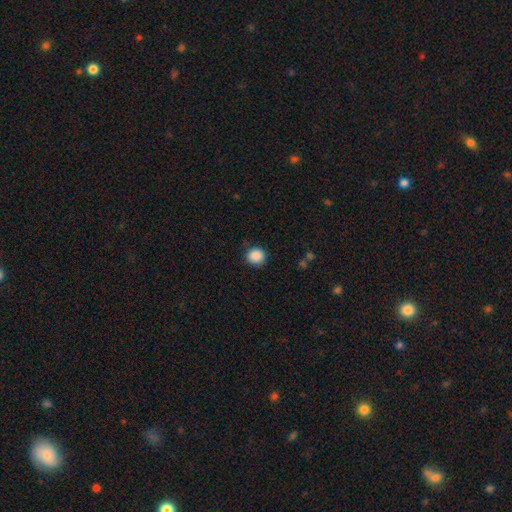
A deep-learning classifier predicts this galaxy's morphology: Overall: smooth (88%). How rounded: round (88%). Merging: none (84%).